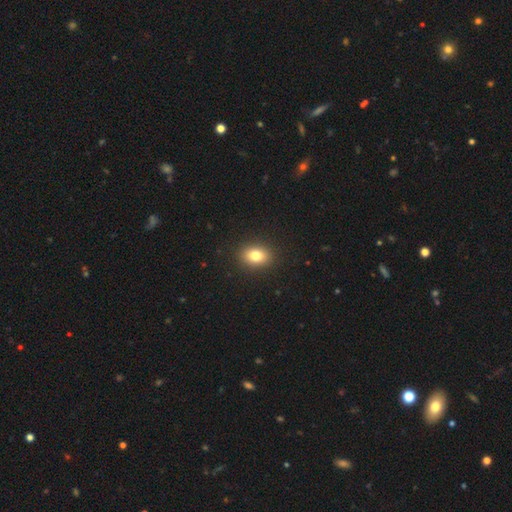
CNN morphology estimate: Smooth or featured?
  - smooth: 81% *
  - star or artifact: 10%
  - featured or disk: 9%
How rounded?
  - in between: 71% *
  - round: 27%
  - cigar-shaped: 1%
Merging?
  - none: 90% *
  - minor disturbance: 7%
  - major disturbance: 2%
  - merger: 1%